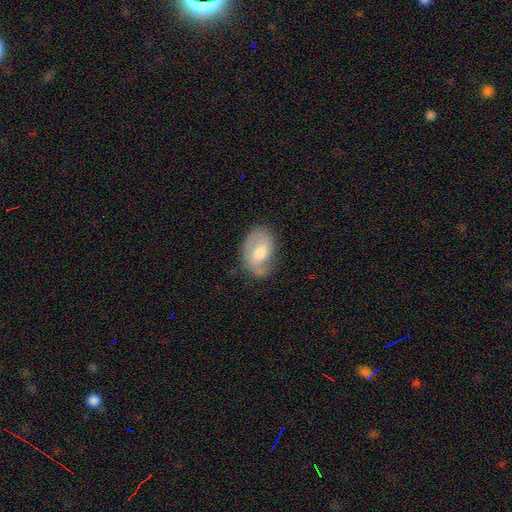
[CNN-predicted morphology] Smooth or featured? Predicted: featured or disk (p=0.58). Edge-on disk? Predicted: no (p=0.96). Bar? Predicted: no (p=0.46). Spiral arms? Predicted: yes (p=0.82). Bulge size? Predicted: moderate (p=0.60). Merging? Predicted: none (p=0.66).